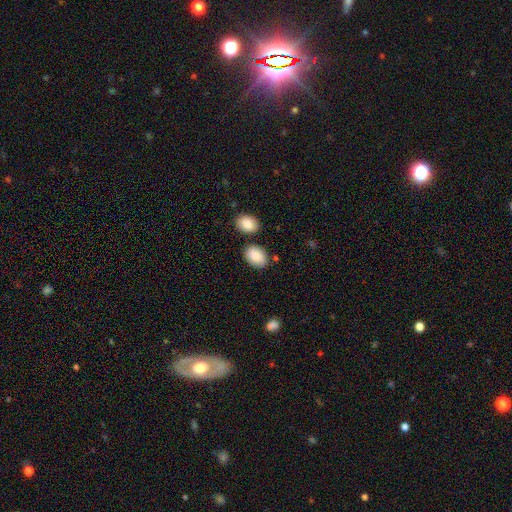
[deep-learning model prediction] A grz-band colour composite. It shows a smooth galaxy with no disk features (85%) that is in between round and cigar-shaped (81%). Merging: none (77%).